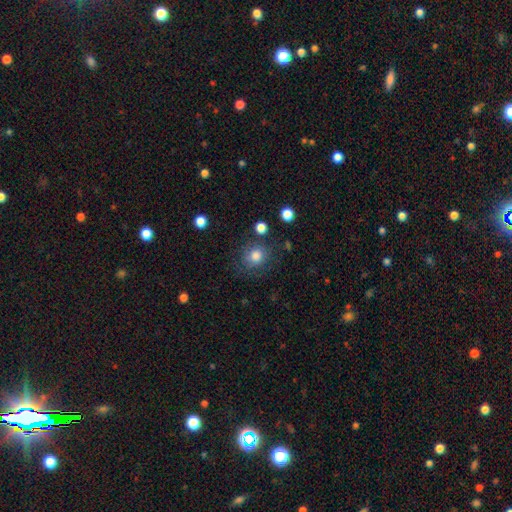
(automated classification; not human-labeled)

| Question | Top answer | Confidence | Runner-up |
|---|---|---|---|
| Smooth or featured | smooth | 81% | star or artifact (11%) |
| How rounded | round | 82% | in between (17%) |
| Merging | none | 75% | minor disturbance (15%) |